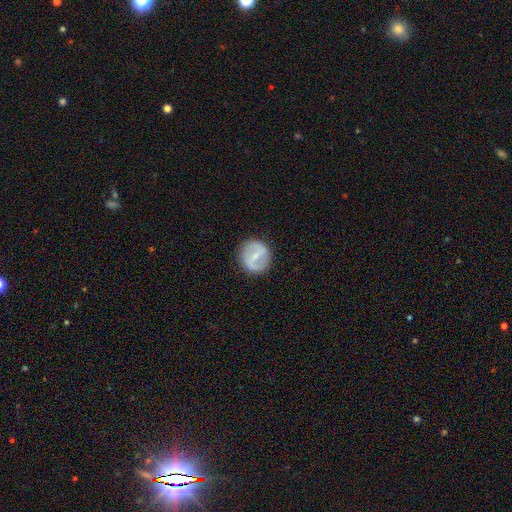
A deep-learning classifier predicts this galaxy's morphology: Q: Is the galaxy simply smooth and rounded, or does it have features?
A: featured or disk — 63%.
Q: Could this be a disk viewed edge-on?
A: no — 95%.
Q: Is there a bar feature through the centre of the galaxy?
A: strong — 52%.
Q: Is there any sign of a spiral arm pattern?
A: yes — 60%.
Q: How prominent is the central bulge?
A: small — 66%.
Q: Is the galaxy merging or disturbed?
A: none — 87%.